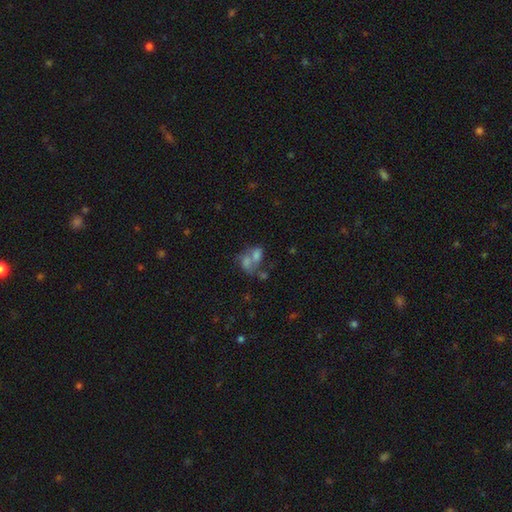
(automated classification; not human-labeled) smooth 60%, featured or disk 24%, star or artifact 16%. Down the decision tree: how rounded — in between (74%); merging — merger (62%).